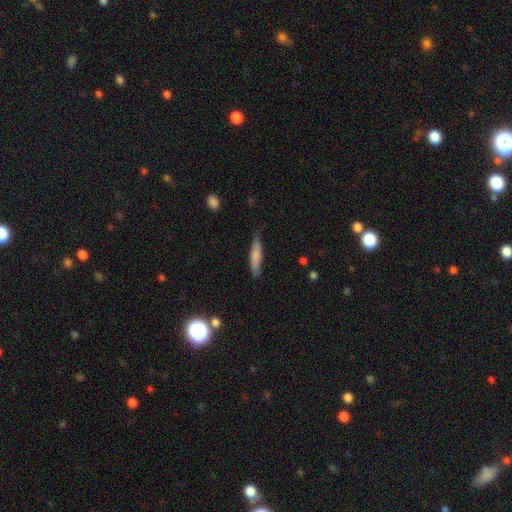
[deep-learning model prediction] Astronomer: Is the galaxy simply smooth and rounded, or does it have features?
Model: smooth — 76%.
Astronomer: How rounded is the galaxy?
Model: cigar-shaped — 85%.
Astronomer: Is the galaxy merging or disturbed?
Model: none — 78%.